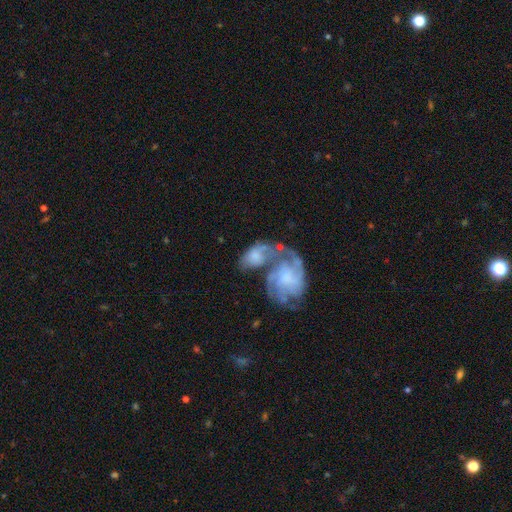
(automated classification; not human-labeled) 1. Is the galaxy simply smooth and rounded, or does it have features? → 58% featured or disk, 34% smooth, 7% star or artifact.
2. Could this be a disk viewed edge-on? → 96% no, 4% yes.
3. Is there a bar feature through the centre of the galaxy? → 75% no, 20% weak, 5% strong.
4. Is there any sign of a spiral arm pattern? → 70% yes, 30% no.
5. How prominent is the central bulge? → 30% none, 28% moderate, 26% small, 12% large, 3% dominant.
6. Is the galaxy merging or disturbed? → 56% merger, 17% none, 16% major disturbance, 11% minor disturbance.